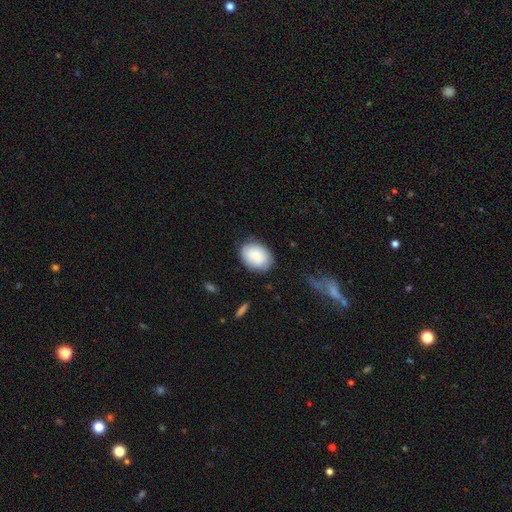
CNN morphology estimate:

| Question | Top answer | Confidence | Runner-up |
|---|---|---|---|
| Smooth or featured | smooth | 83% | featured or disk (11%) |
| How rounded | in between | 70% | round (29%) |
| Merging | none | 78% | minor disturbance (16%) |